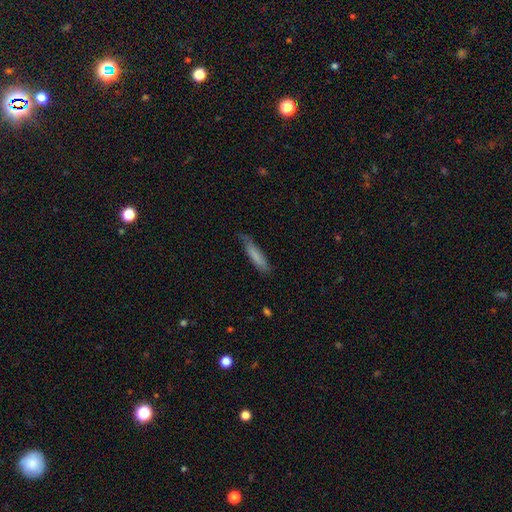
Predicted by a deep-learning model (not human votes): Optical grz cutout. It shows a smooth galaxy with no disk features (75%) that is cigar-shaped (81%). Merging: none (64%).